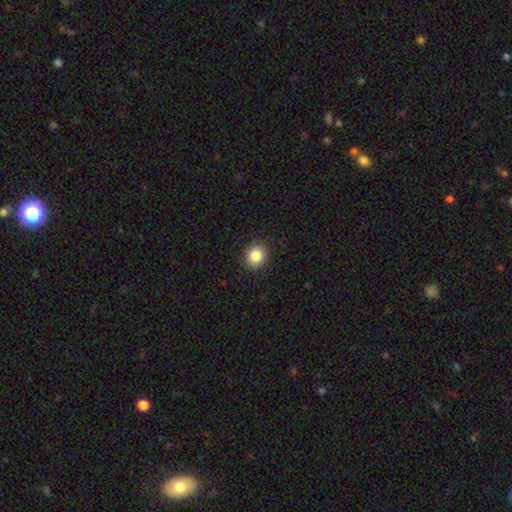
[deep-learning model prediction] Morphology: type=smooth (86%); roundness=round (75%); merging=none (90%).